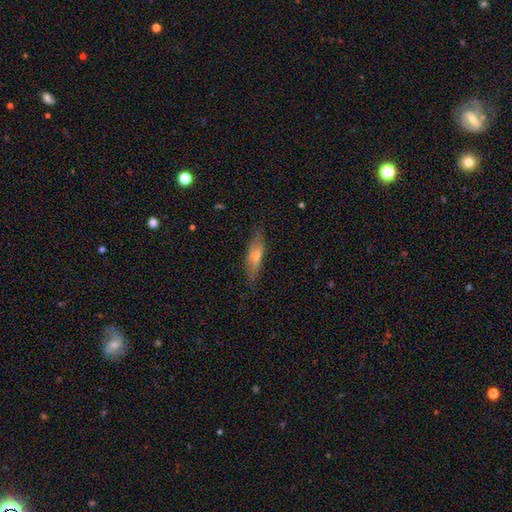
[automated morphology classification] This appears to be a featured or disk galaxy (49%). Merging: none (78%).